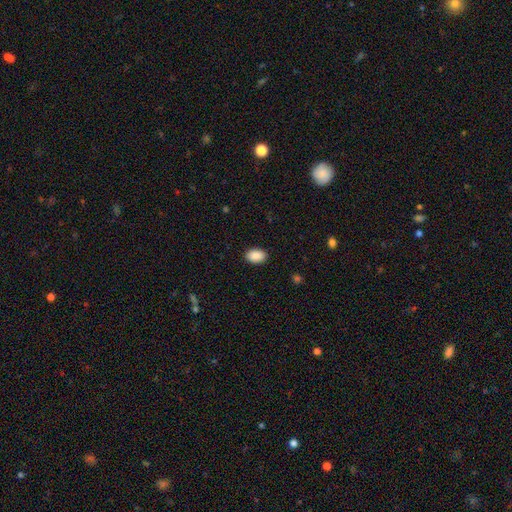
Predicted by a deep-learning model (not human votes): smooth_or_featured: smooth (p=0.90) [alt: star or artifact p=0.07]
how_rounded: in between (p=0.87) [alt: round p=0.12]
merging: none (p=0.89) [alt: minor disturbance p=0.08]